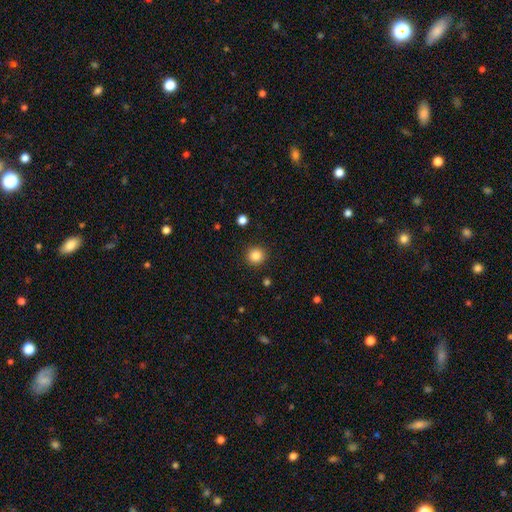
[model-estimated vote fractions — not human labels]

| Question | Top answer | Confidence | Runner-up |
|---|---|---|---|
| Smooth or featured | smooth | 85% | star or artifact (11%) |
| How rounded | round | 93% | in between (6%) |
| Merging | none | 92% | minor disturbance (5%) |